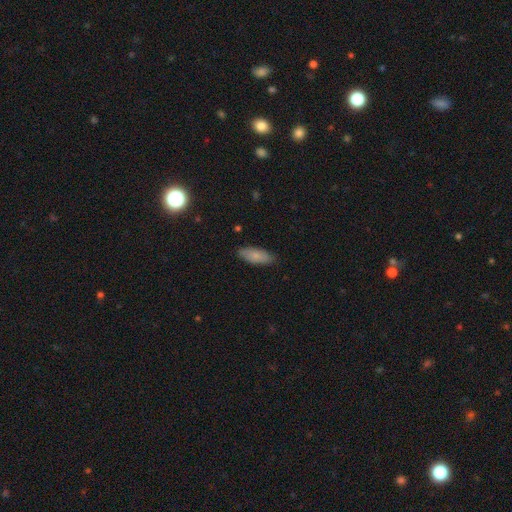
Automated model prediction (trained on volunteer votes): Smooth or featured? smooth (82%)
How rounded? in between (75%)
Merging? none (85%)